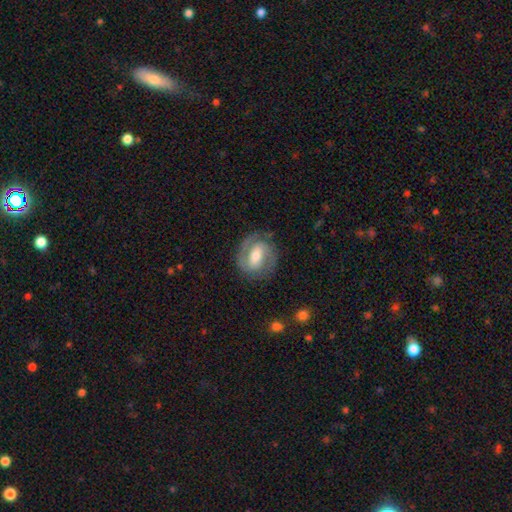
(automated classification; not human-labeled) smooth_or_featured: featured or disk (p=0.79) [alt: smooth p=0.16]
disk_edge_on: no (p=0.97) [alt: yes p=0.03]
bar: weak (p=0.42) [alt: strong p=0.39]
has_spiral_arms: yes (p=0.92) [alt: no p=0.08]
spiral_winding: medium (p=0.45) [alt: tight p=0.43]
spiral_arm_count: 2 (p=0.86) [alt: can't tell p=0.06]
bulge_size: moderate (p=0.62) [alt: small p=0.26]
merging: none (p=0.79) [alt: minor disturbance p=0.13]